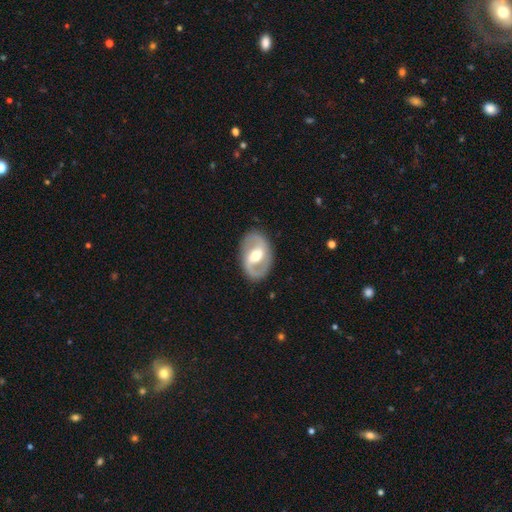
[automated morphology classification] Smooth or featured? Predicted: featured or disk (p=0.83). Edge-on disk? Predicted: no (p=0.96). Bar? Predicted: weak (p=0.43). Spiral arms? Predicted: yes (p=0.86). Spiral winding? Predicted: medium (p=0.50). Spiral arm count? Predicted: 2 (p=0.90). Bulge size? Predicted: moderate (p=0.71). Merging? Predicted: none (p=0.85).